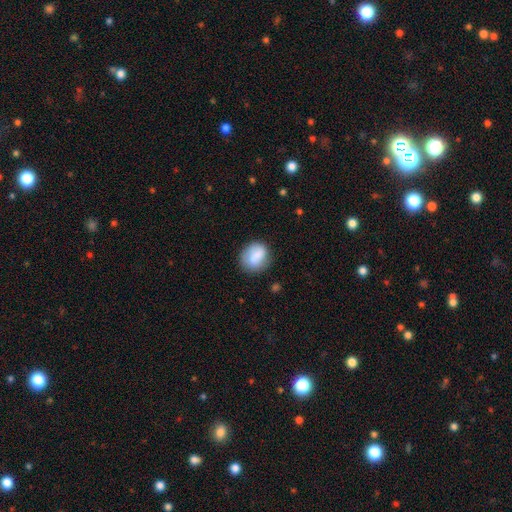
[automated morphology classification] Smooth or featured: smooth — 78% (featured or disk — 15%)
How rounded: round — 63% (in between — 36%)
Merging: none — 70% (minor disturbance — 21%)